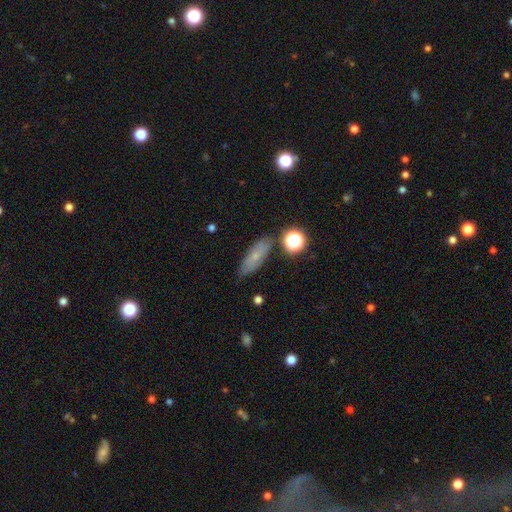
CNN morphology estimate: Smooth or featured? smooth (63%)
How rounded? in between (62%)
Merging? none (75%)